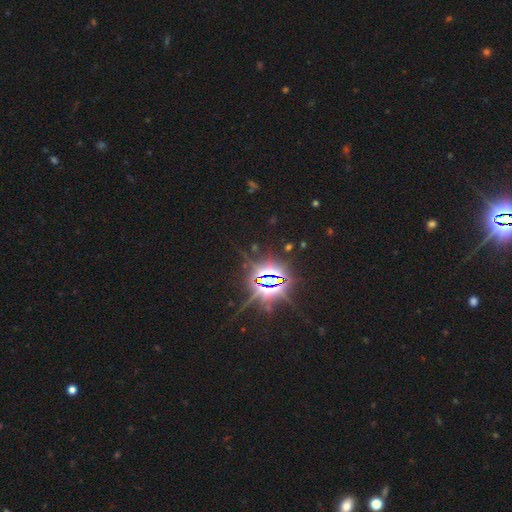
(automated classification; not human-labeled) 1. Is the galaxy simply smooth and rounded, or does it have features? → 87% star or artifact, 7% smooth, 6% featured or disk.